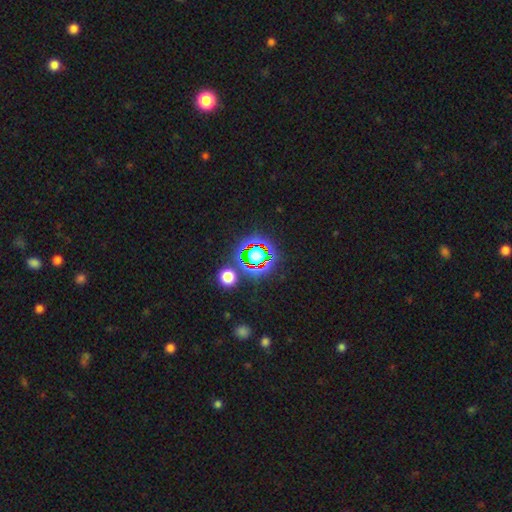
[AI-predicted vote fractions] Q: Smooth or featured?
A: star or artifact (67%); runner-up: smooth (22%)